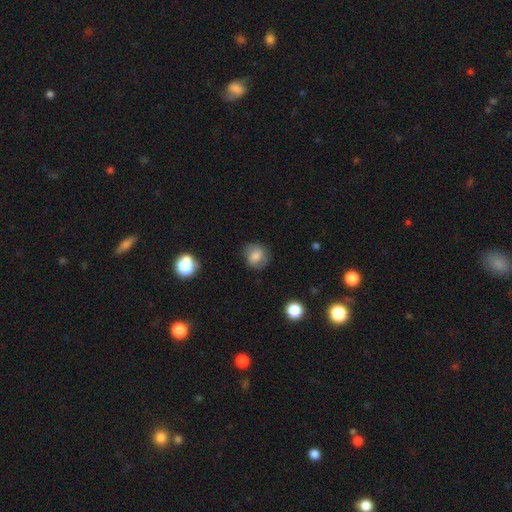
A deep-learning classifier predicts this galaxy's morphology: smooth_or_featured: smooth (p=0.77) [alt: featured or disk p=0.12]
how_rounded: round (p=0.75) [alt: in between p=0.24]
merging: none (p=0.76) [alt: minor disturbance p=0.18]